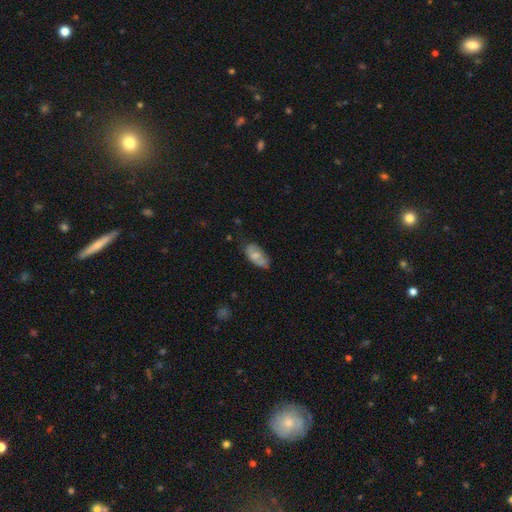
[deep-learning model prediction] smooth_or_featured: smooth (p=0.60) [alt: featured or disk p=0.33]
how_rounded: in between (p=0.92) [alt: cigar-shaped p=0.05]
merging: none (p=0.64) [alt: minor disturbance p=0.26]